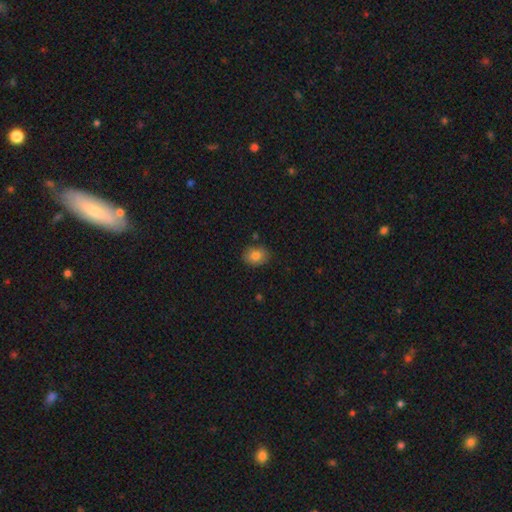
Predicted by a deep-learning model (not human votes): smooth_or_featured: smooth (p=0.82) [alt: star or artifact p=0.09]
how_rounded: in between (p=0.57) [alt: round p=0.43]
merging: none (p=0.84) [alt: minor disturbance p=0.11]